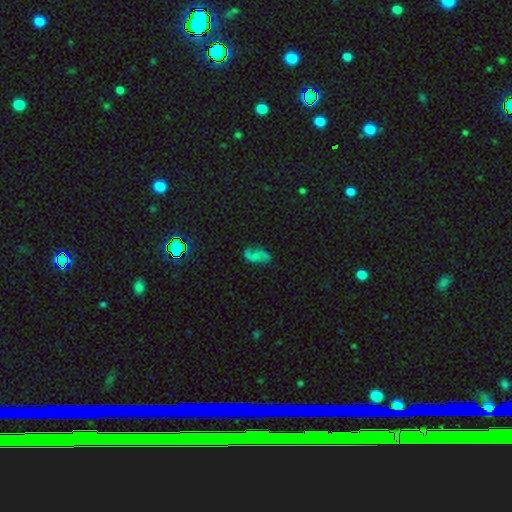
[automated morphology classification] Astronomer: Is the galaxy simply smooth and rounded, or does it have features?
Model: featured or disk — 64%.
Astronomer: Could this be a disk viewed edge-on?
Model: no — 97%.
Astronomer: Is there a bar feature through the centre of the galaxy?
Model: no — 58%.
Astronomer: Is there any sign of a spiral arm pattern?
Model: yes — 90%.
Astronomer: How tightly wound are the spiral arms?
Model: loose — 75%.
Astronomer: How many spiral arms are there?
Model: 2 — 90%.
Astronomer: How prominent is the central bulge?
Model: none — 66%.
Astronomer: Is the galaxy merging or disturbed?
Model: none — 66%.